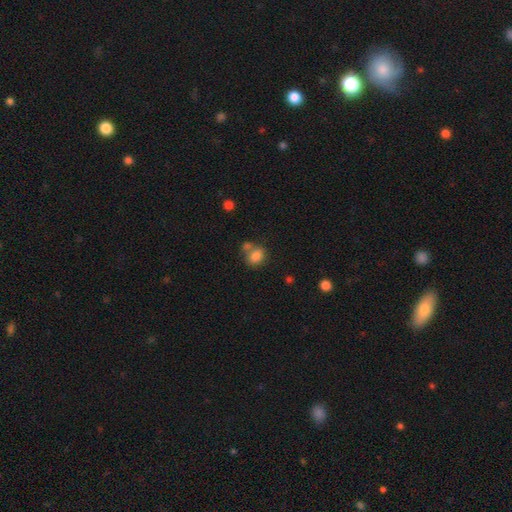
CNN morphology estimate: Smooth or featured?
  - smooth: 82% *
  - star or artifact: 10%
  - featured or disk: 8%
How rounded?
  - in between: 58% *
  - round: 41%
  - cigar-shaped: 1%
Merging?
  - none: 47% *
  - merger: 33%
  - minor disturbance: 14%
  - major disturbance: 6%